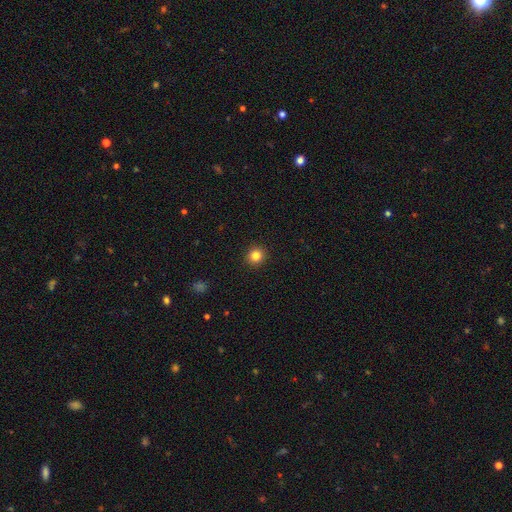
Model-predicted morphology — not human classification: This is clearly a smooth galaxy (83%). How rounded: clearly round (91%). Merging: clearly none (93%).